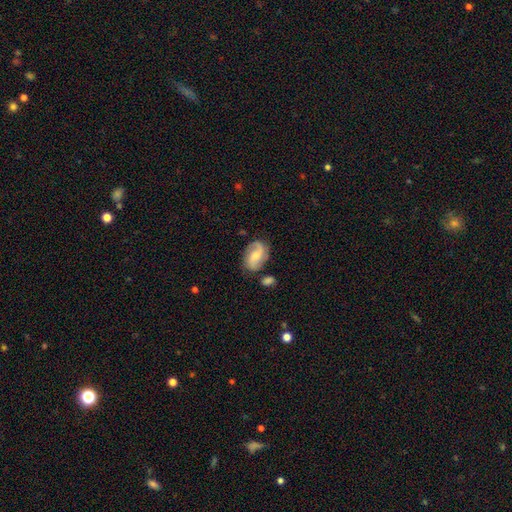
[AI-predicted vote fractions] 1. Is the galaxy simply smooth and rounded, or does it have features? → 66% featured or disk, 27% smooth, 7% star or artifact.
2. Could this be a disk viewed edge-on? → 96% no, 4% yes.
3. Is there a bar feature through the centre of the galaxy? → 49% no, 40% weak, 10% strong.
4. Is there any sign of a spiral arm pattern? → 92% yes, 8% no.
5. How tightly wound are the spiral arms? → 43% medium, 34% loose, 22% tight.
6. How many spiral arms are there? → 78% 2, 9% 1, 8% can't tell, 3% 3, 1% 4, 1% more than 4.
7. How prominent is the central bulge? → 50% moderate, 40% small, 4% none, 4% large, 1% dominant.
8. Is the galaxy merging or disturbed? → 67% none, 20% minor disturbance, 7% major disturbance, 6% merger.